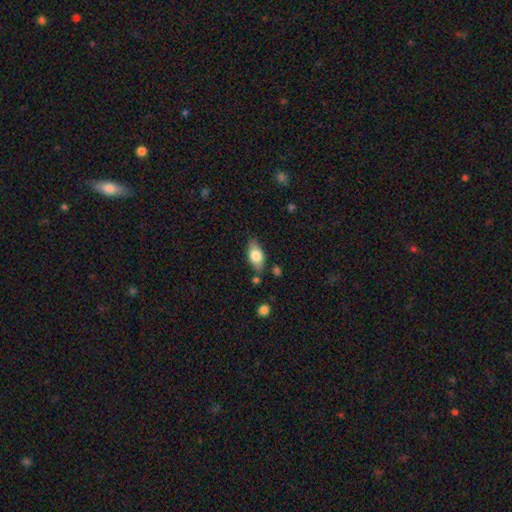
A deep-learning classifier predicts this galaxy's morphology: Smooth or featured?
  - smooth: 73% *
  - featured or disk: 20%
  - star or artifact: 7%
How rounded?
  - in between: 87% *
  - cigar-shaped: 8%
  - round: 5%
Merging?
  - none: 76% *
  - minor disturbance: 16%
  - merger: 4%
  - major disturbance: 4%